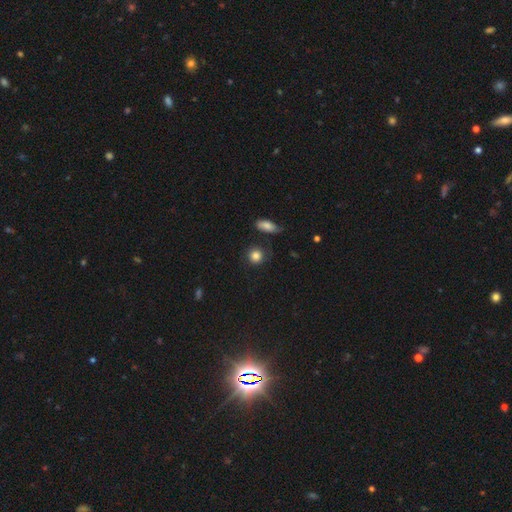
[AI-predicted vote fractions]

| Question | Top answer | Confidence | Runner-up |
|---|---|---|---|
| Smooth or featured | smooth | 83% | star or artifact (9%) |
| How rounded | round | 86% | in between (12%) |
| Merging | none | 75% | minor disturbance (15%) |